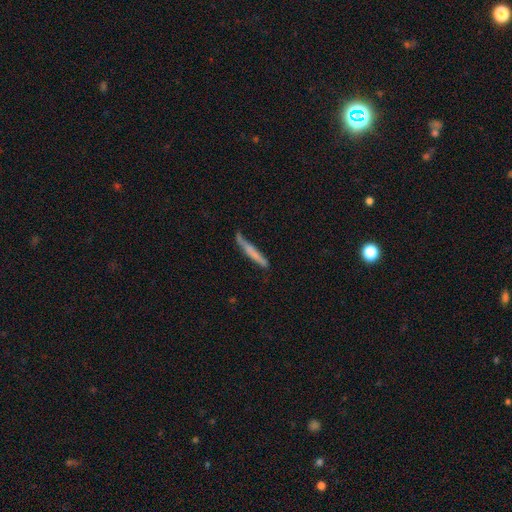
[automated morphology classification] Smooth or featured: smooth — 59% (featured or disk — 34%)
How rounded: cigar-shaped — 96% (in between — 3%)
Merging: none — 70% (minor disturbance — 23%)